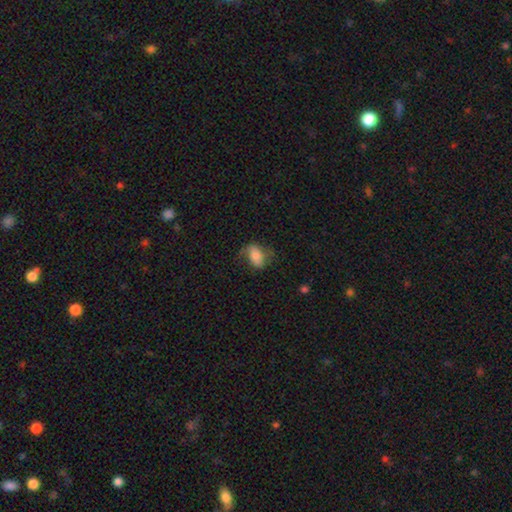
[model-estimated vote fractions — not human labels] smooth_or_featured: smooth (p=0.64) [alt: featured or disk p=0.28]
how_rounded: in between (p=0.85) [alt: round p=0.12]
merging: none (p=0.54) [alt: minor disturbance p=0.27]